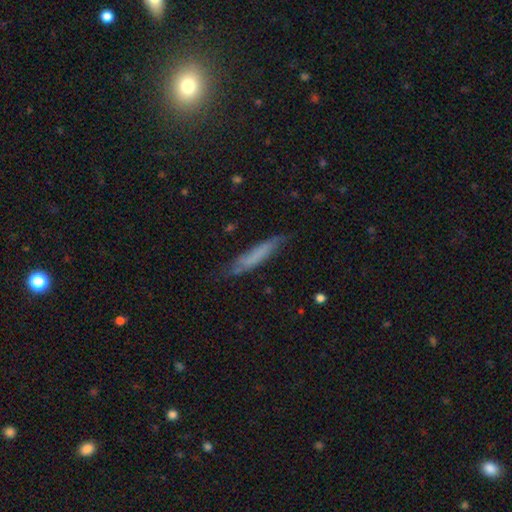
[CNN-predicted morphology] Smooth or featured? Predicted: smooth (p=0.61). How rounded? Predicted: cigar-shaped (p=0.89). Merging? Predicted: none (p=0.68).